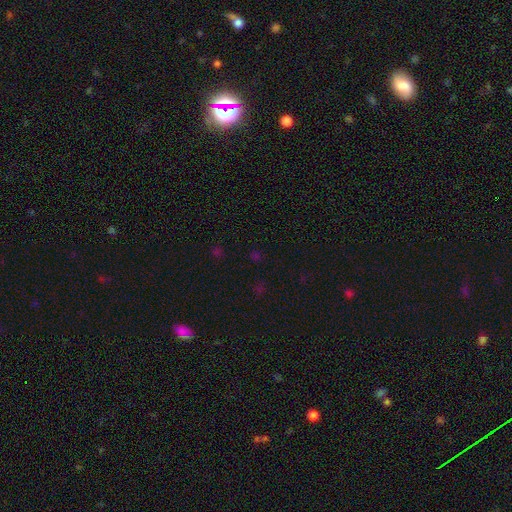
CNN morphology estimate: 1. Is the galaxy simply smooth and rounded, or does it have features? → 57% star or artifact, 37% smooth, 6% featured or disk.